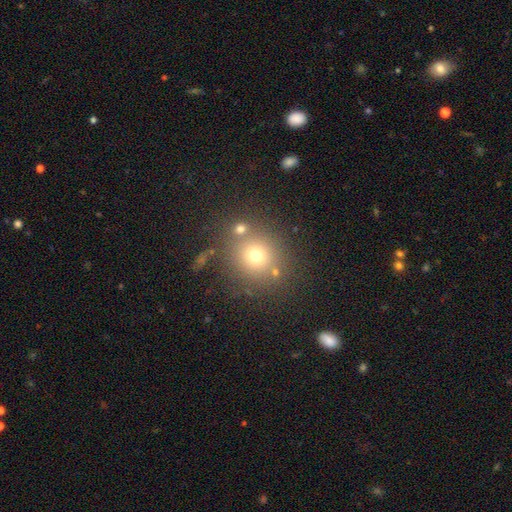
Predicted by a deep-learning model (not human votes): Overall: smooth (70%). How rounded: round (85%). Merging: none (76%).